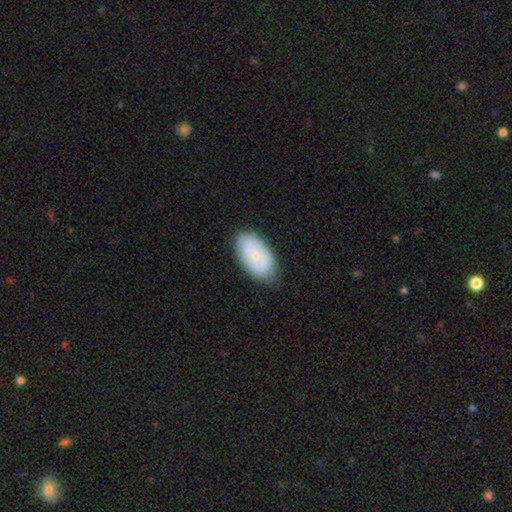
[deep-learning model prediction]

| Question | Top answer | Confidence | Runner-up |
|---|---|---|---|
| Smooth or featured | smooth | 68% | featured or disk (26%) |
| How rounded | in between | 95% | round (4%) |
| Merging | none | 80% | minor disturbance (16%) |